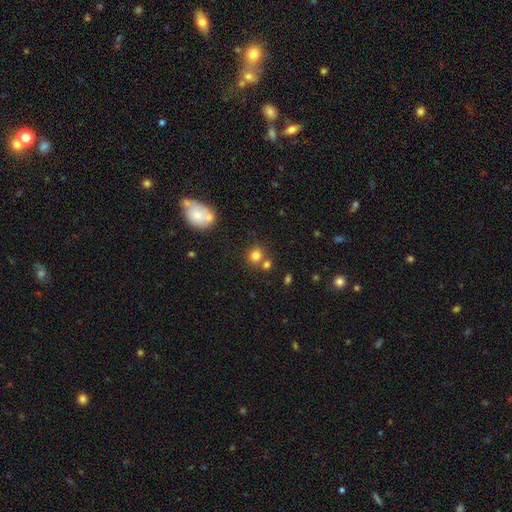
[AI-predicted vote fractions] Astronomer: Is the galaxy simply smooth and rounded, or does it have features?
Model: smooth — 79%.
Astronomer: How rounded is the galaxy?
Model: round — 81%.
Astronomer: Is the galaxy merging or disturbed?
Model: none — 63%.